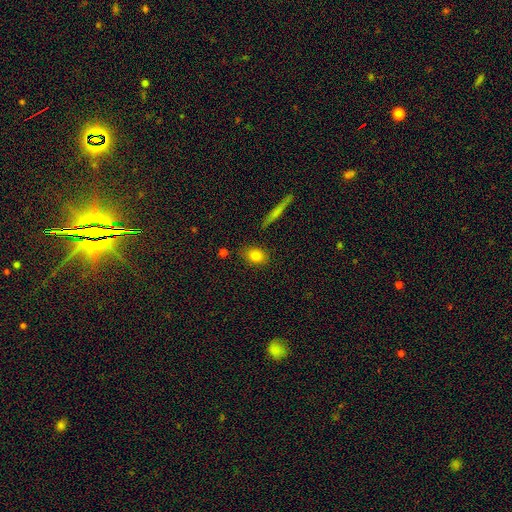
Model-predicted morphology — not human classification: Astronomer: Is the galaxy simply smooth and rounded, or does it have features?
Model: smooth — 81%.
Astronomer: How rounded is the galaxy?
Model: in between — 59% (runner-up: round, 37%).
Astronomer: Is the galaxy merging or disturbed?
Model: none — 85%.